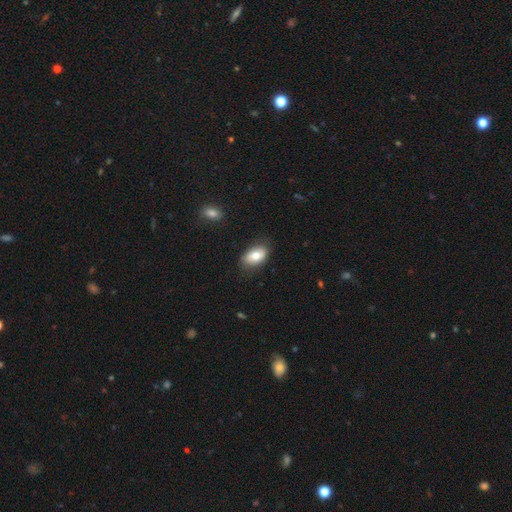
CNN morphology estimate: smooth 77%, featured or disk 16%, star or artifact 7%. Down the decision tree: how rounded — in between (92%); merging — none (81%).